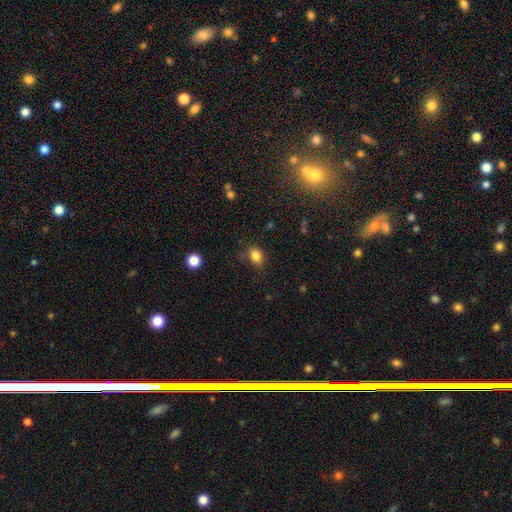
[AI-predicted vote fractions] Q: Smooth or featured?
A: smooth (83%); runner-up: star or artifact (11%)
Q: How rounded?
A: in between (68%); runner-up: round (31%)
Q: Merging?
A: none (71%); runner-up: minor disturbance (21%)